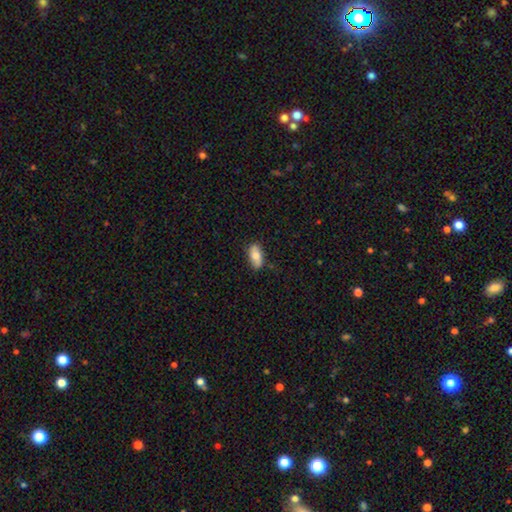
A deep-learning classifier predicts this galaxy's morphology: smooth 74%, featured or disk 19%, star or artifact 6%. Down the decision tree: how rounded — in between (88%); merging — none (82%).